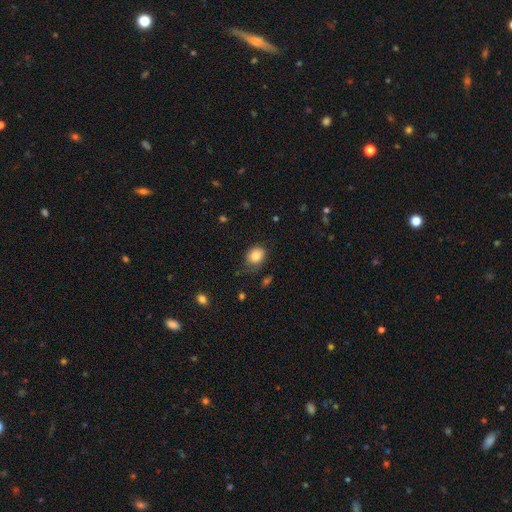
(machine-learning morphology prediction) The model was most divided on "how rounded": in between: 51%, round: 48%, cigar-shaped: 1%. More confident: smooth or featured — smooth (83%); merging — none (68%).